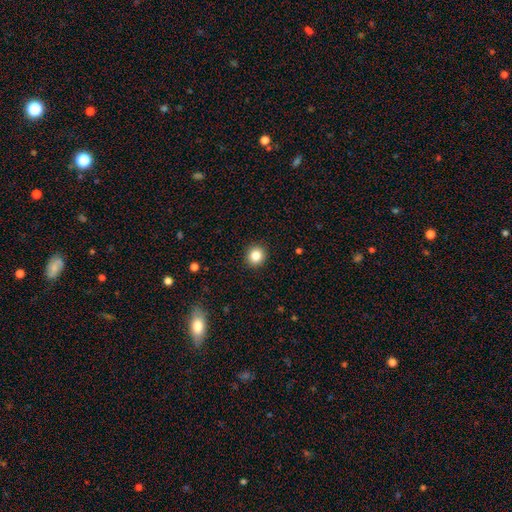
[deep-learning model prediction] The model was most divided on "smooth or featured": smooth: 85%, star or artifact: 10%, featured or disk: 5%. More confident: merging — none (92%); how rounded — round (87%).